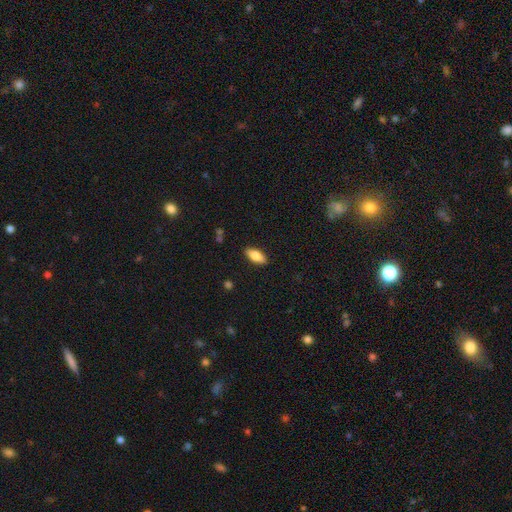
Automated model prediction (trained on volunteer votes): smooth_or_featured: smooth (p=0.78) [alt: featured or disk p=0.16]
how_rounded: in between (p=0.83) [alt: cigar-shaped p=0.15]
merging: none (p=0.88) [alt: minor disturbance p=0.09]